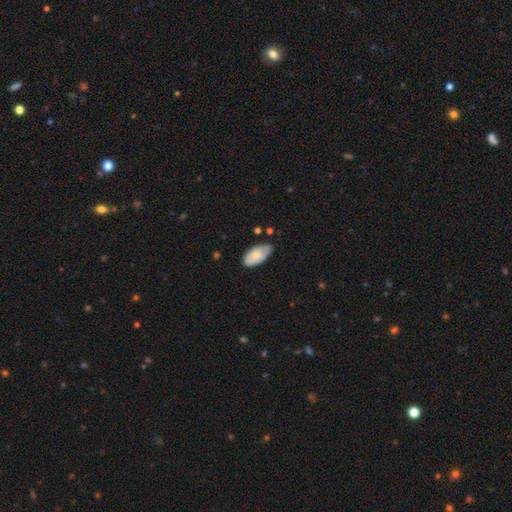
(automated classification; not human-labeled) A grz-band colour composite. It shows a smooth galaxy with no disk features (67%) that is in between round and cigar-shaped (95%). Merging: none (67%).